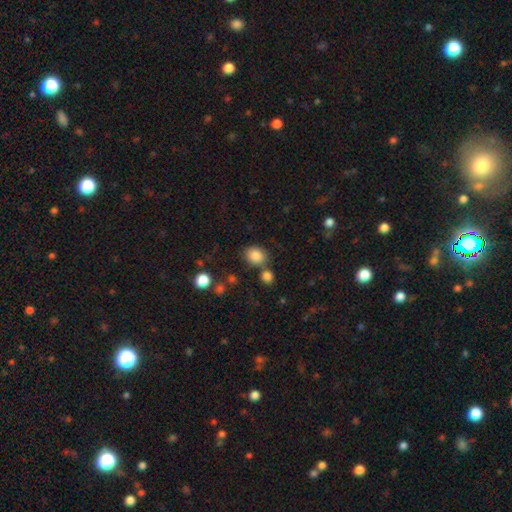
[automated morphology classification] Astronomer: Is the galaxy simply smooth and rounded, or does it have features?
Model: smooth — 85%.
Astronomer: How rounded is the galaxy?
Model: round — 58% (runner-up: in between, 41%).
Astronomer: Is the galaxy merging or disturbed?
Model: none — 71%.